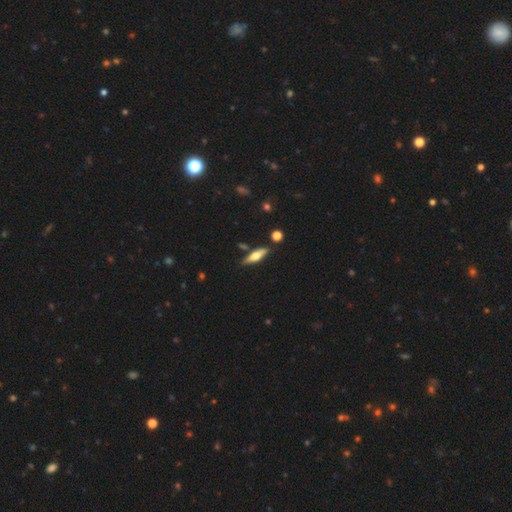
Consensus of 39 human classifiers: This appears to be a featured or disk galaxy (54%) viewed edge-on (100%) with a rounded central bulge (100%). Merging: none (67%).